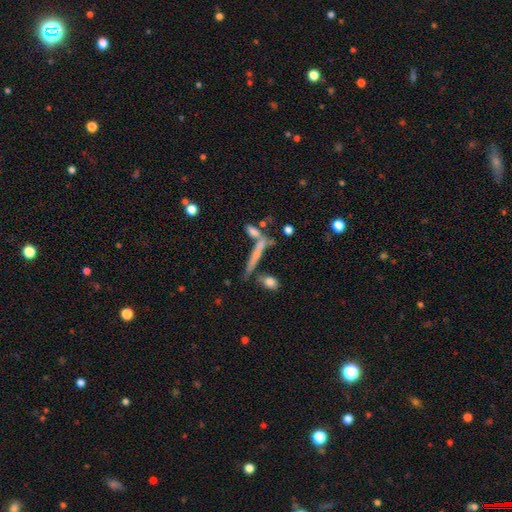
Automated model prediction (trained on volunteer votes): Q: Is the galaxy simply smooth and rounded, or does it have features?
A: smooth — 53%.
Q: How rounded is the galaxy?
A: cigar-shaped — 85%.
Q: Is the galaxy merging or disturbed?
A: none — 51%.